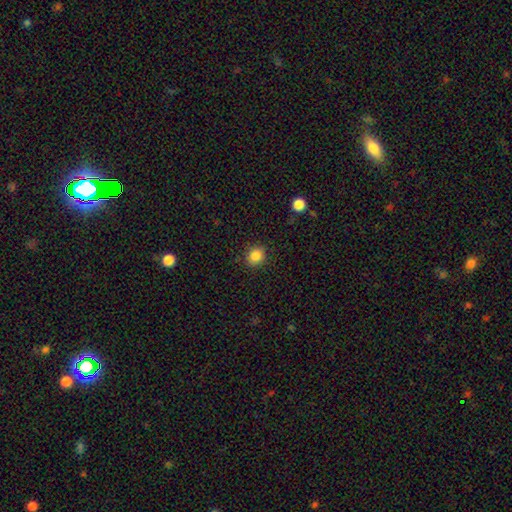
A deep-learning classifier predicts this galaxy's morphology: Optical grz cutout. It shows a smooth galaxy with no disk features (86%) that is round (75%). Merging: none (89%).